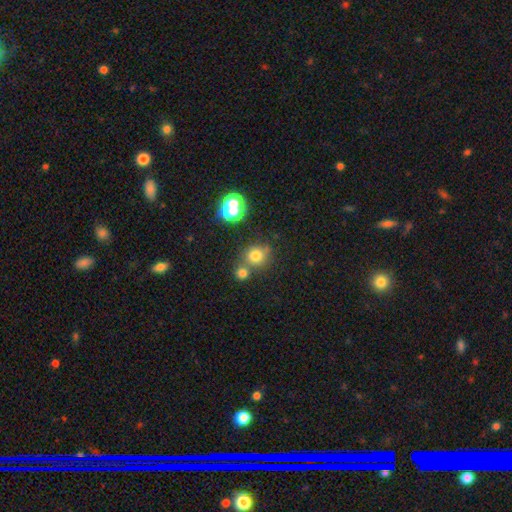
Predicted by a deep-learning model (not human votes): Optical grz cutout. It shows a smooth galaxy with no disk features (75%) that is round (83%). Merging: none (61%).